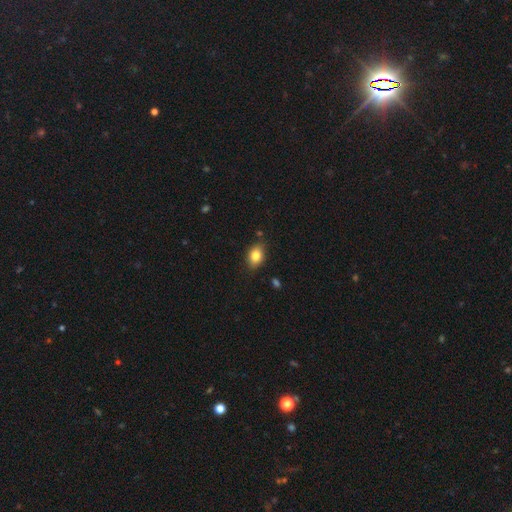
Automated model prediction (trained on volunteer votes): Smooth or featured?
  - smooth: 83% *
  - star or artifact: 9%
  - featured or disk: 8%
How rounded?
  - in between: 76% *
  - round: 22%
  - cigar-shaped: 1%
Merging?
  - none: 83% *
  - minor disturbance: 13%
  - major disturbance: 2%
  - merger: 2%